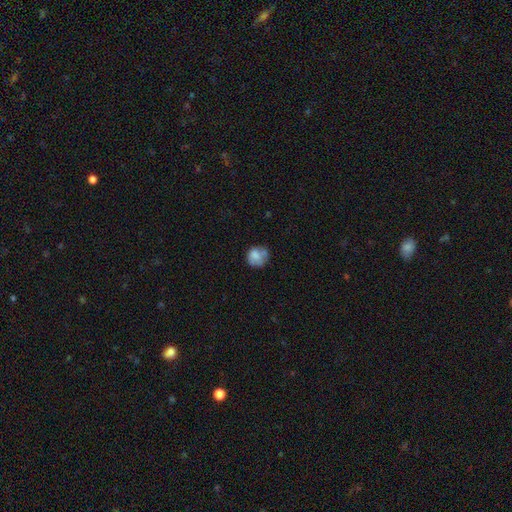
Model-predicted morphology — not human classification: This is likely a smooth galaxy (71%). How rounded: likely round (78%). Merging: possibly none (52%).